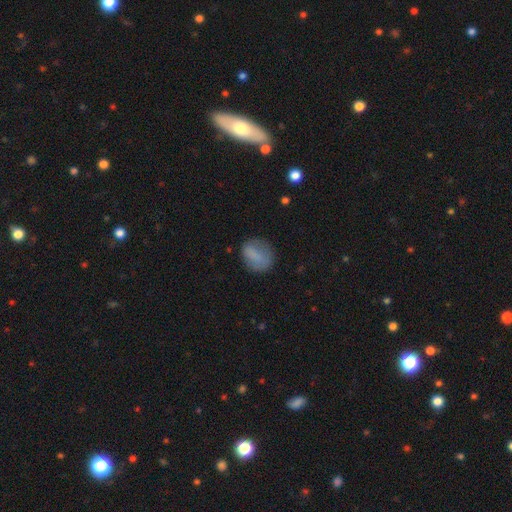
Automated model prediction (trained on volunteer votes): Smooth or featured? Predicted: smooth (p=0.75). How rounded? Predicted: in between (p=0.49, tied with round). Merging? Predicted: none (p=0.67).